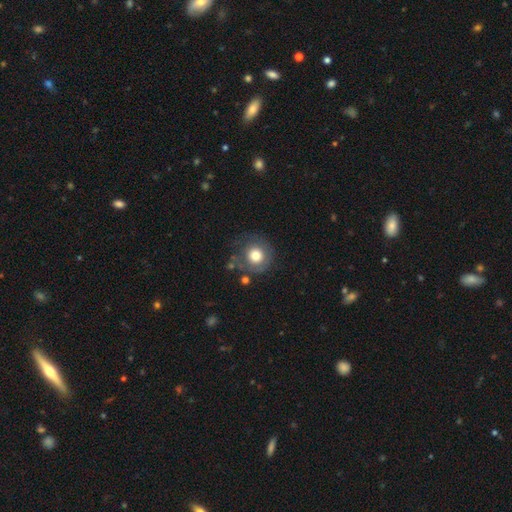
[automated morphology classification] Smooth or featured: smooth — 72% (featured or disk — 20%)
How rounded: round — 92% (in between — 7%)
Merging: none — 63% (minor disturbance — 20%)